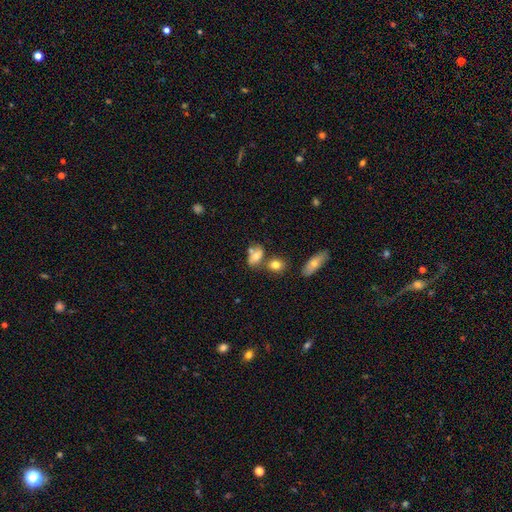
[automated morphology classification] This appears to be a smooth galaxy with no disk features (69%) that is in between round and cigar-shaped (78%). Merging: none (45%).